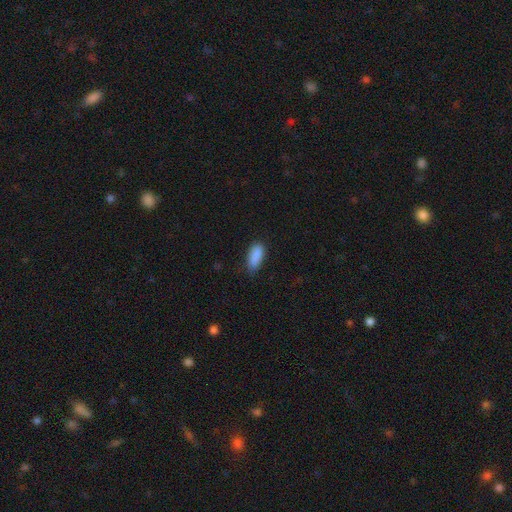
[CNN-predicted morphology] smooth 88%, star or artifact 8%, featured or disk 4%. Down the decision tree: how rounded — in between (81%); merging — none (71%).